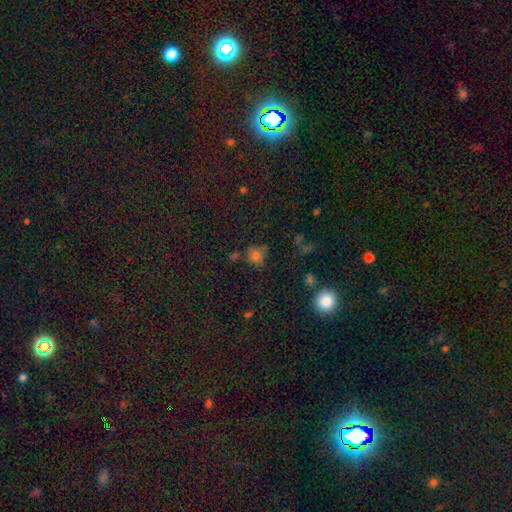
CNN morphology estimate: This is likely a smooth galaxy (71%). How rounded: likely round (76%). Merging: possibly none (59%).